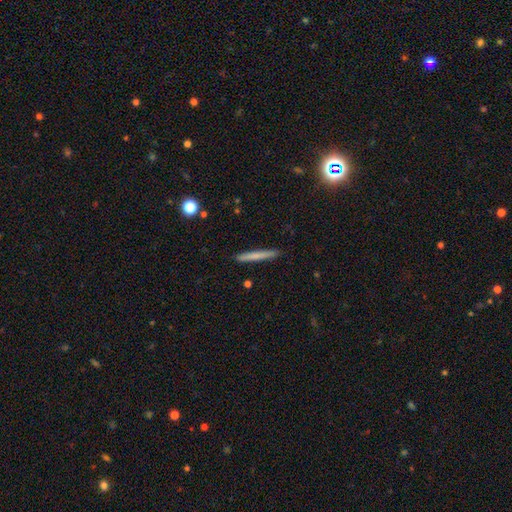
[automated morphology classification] Smooth or featured? smooth (69%)
How rounded? cigar-shaped (96%)
Merging? none (90%)